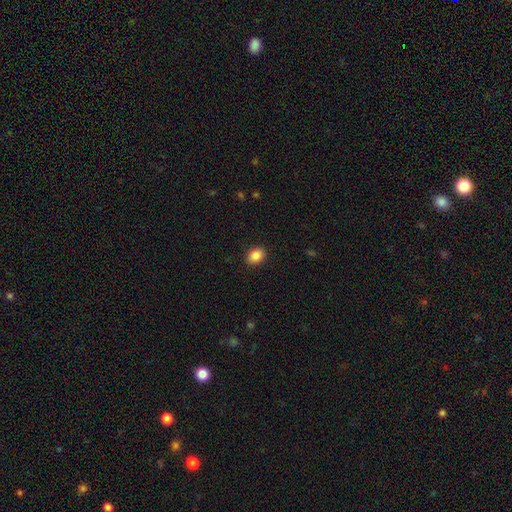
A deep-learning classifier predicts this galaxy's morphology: This appears to be a smooth galaxy with no disk features (88%) that is in between round and cigar-shaped (60%). Merging: none (90%).